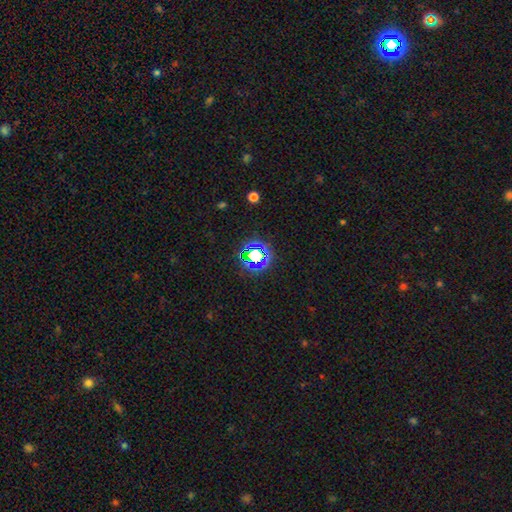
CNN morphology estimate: smooth-or-featured: star or artifact: 64% | smooth: 25% | featured or disk: 11%